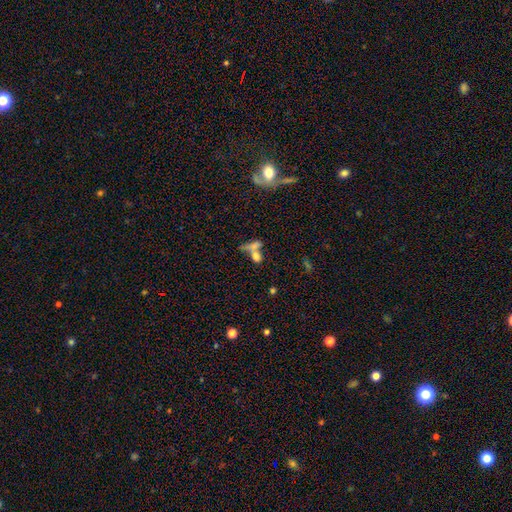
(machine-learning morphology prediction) A smooth galaxy with no disk features (68%) that is in between round and cigar-shaped (50%).

Vote fractions:
- Smooth or featured? smooth: 68% / featured or disk: 17% / star or artifact: 15%
- How rounded? in between: 50% / round: 29% / cigar-shaped: 21%
- Merging? merger: 52% / none: 32% / minor disturbance: 9% / major disturbance: 8%